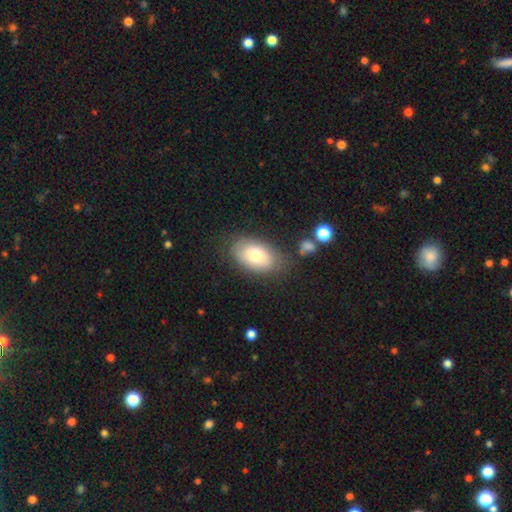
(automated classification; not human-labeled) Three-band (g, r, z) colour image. It shows a smooth galaxy with no disk features (71%) that is in between round and cigar-shaped (88%). Merging: none (73%).